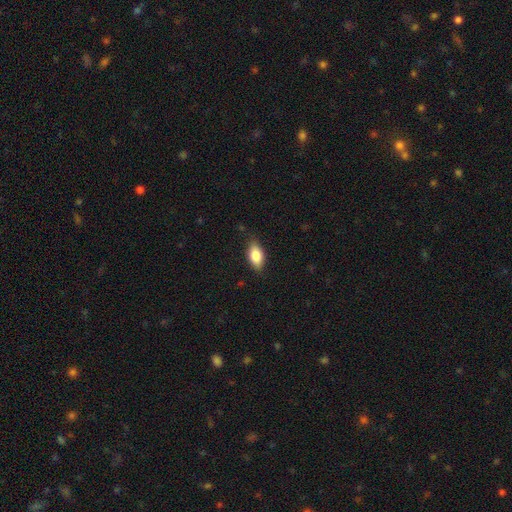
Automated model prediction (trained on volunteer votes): This appears to be a smooth galaxy with no disk features (82%) that is in between round and cigar-shaped (89%). Merging: none (82%).